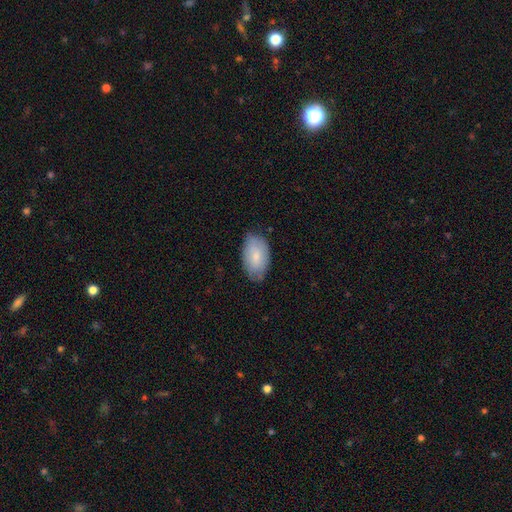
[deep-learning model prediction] Smooth or featured?
  - smooth: 78% *
  - featured or disk: 16%
  - star or artifact: 6%
How rounded?
  - in between: 94% *
  - round: 4%
  - cigar-shaped: 2%
Merging?
  - none: 73% *
  - minor disturbance: 22%
  - major disturbance: 3%
  - merger: 1%